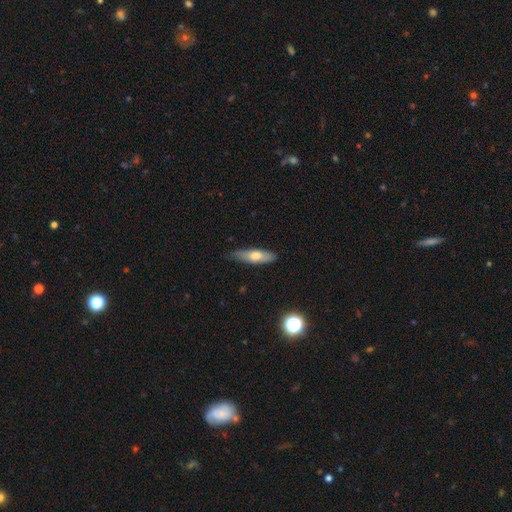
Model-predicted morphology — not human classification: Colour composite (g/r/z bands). It shows a smooth galaxy with no disk features (61%) that is cigar-shaped (58%). Merging: none (76%).